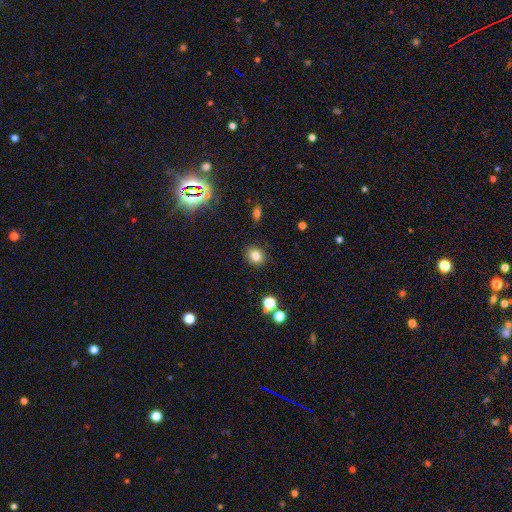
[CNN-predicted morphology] Overall: smooth (80%). How rounded: round (71%). Merging: none (89%).